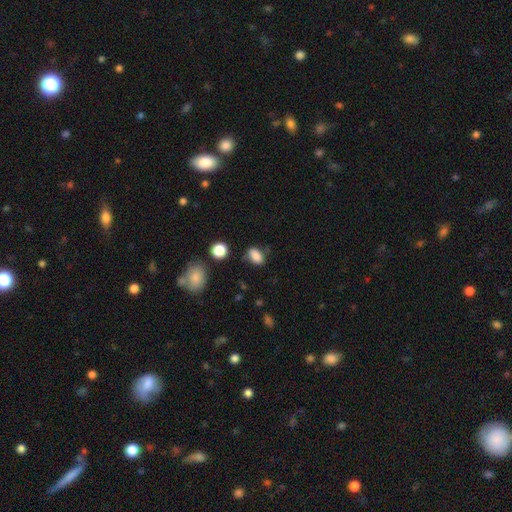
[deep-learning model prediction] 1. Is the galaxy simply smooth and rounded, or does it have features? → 84% smooth, 10% star or artifact, 5% featured or disk.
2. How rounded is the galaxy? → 85% in between, 12% round, 3% cigar-shaped.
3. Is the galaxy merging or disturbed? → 71% none, 20% minor disturbance, 5% major disturbance, 4% merger.